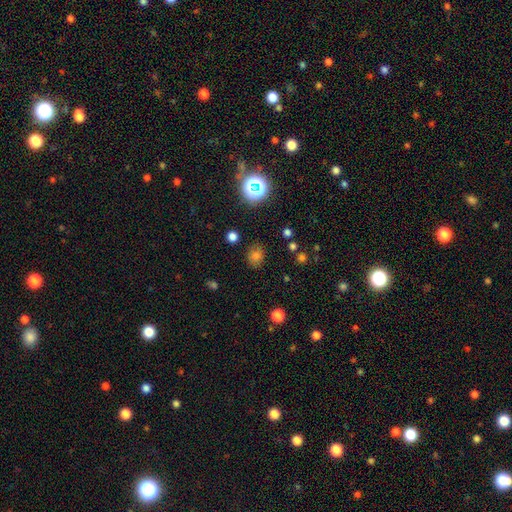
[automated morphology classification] smooth-or-featured: smooth: 74% | star or artifact: 20% | featured or disk: 7%
  how-rounded: round: 64% | in between: 35% | cigar-shaped: 1%
  merging: none: 83% | minor disturbance: 12% | major disturbance: 3% | merger: 2%